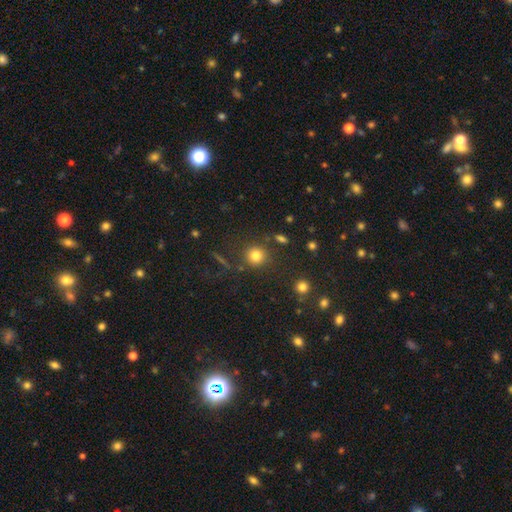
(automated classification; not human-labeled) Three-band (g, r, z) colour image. It shows a smooth galaxy with no disk features (79%) that is round (90%). Merging: none (82%).